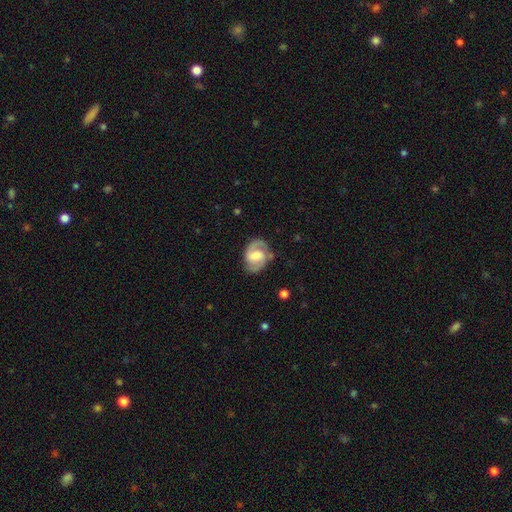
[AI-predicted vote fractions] A featured or disk galaxy (81%) with a weak bar (50%), 2 (90%) medium (53%) spiral arms (94%) and a moderate central bulge (36%). Merging: none (76%).